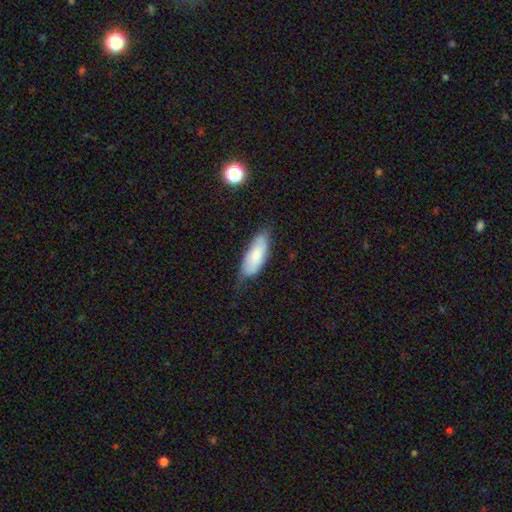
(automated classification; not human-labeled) Morphology: type=smooth (78%); roundness=in between (76%); merging=none (63%).